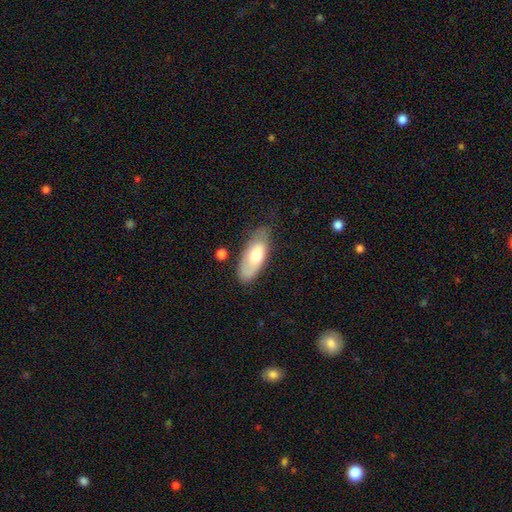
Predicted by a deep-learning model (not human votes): smooth_or_featured: smooth (p=0.68) [alt: featured or disk p=0.26]
how_rounded: in between (p=0.83) [alt: cigar-shaped p=0.15]
merging: none (p=0.67) [alt: minor disturbance p=0.23]